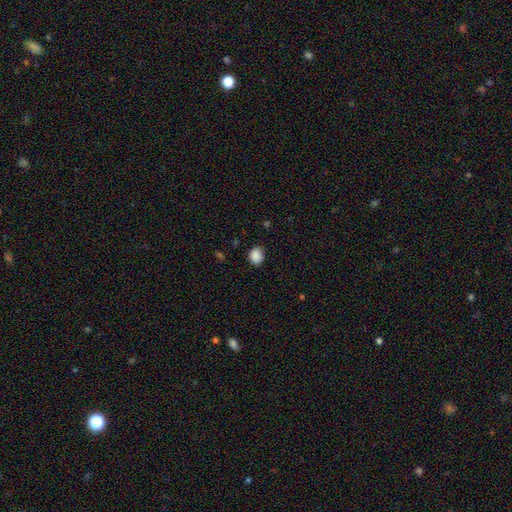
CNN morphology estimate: type=smooth (89%); roundness=in between (52%); merging=none (85%).